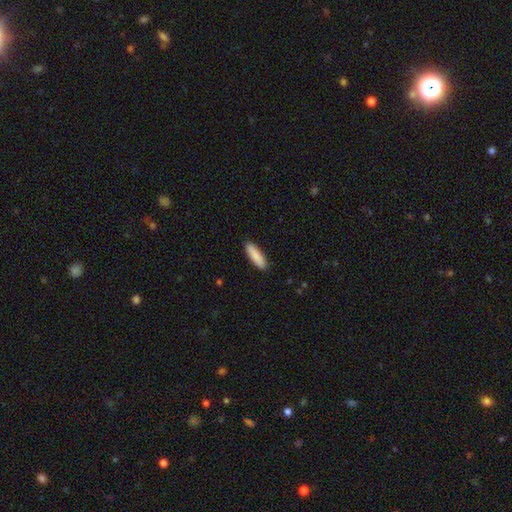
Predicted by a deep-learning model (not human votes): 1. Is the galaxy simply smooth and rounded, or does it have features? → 89% smooth, 6% featured or disk, 6% star or artifact.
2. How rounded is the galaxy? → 61% cigar-shaped, 37% in between, 1% round.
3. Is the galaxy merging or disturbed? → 90% none, 7% minor disturbance, 1% major disturbance, 1% merger.